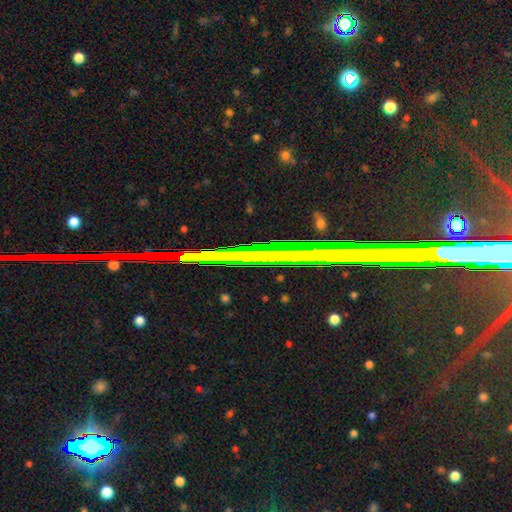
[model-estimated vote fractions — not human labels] This is likely a star or artifact rather than a galaxy (71%).